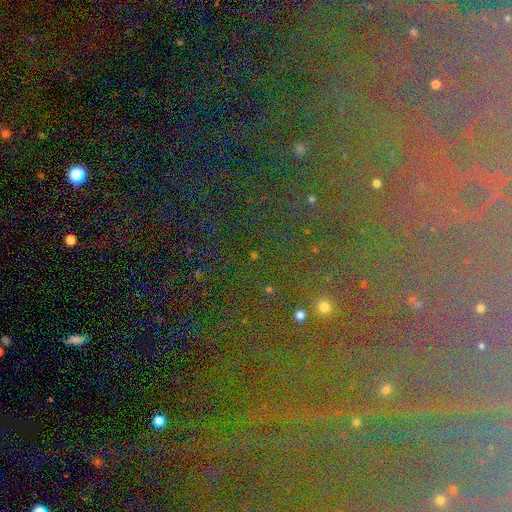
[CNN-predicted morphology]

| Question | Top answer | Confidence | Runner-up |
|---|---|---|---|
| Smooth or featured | star or artifact | 76% | featured or disk (13%) |